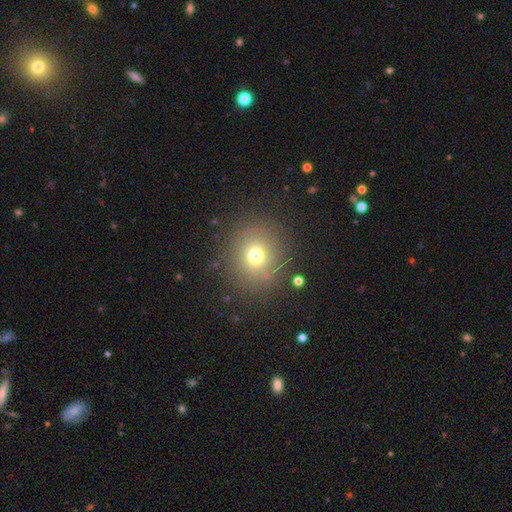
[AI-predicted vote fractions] Overall: smooth (70%). How rounded: round (81%). Merging: none (84%).